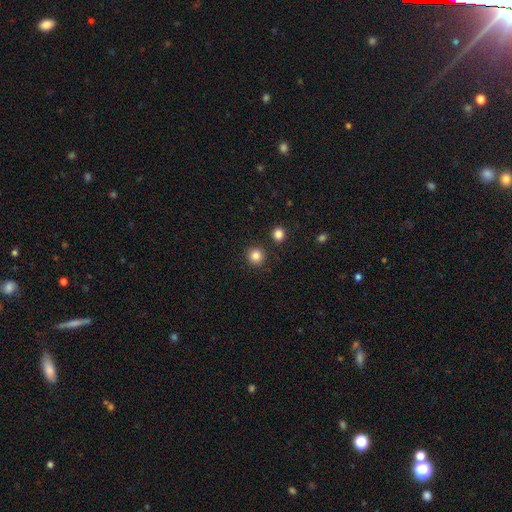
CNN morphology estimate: The model was most divided on "smooth or featured": smooth: 85%, star or artifact: 11%, featured or disk: 4%. More confident: how rounded — round (94%); merging — none (90%).